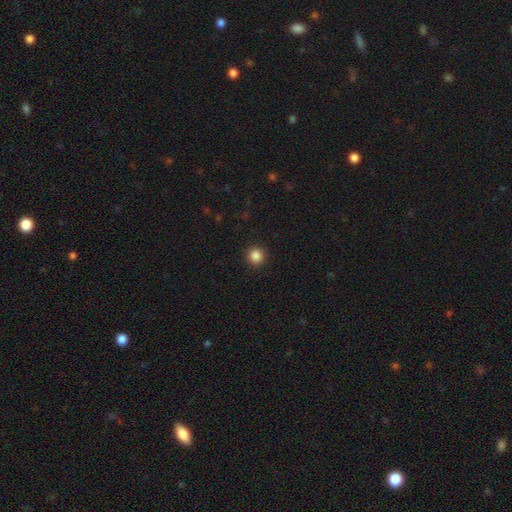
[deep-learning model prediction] Q: Smooth or featured?
A: smooth (86%); runner-up: star or artifact (11%)
Q: How rounded?
A: round (93%); runner-up: in between (6%)
Q: Merging?
A: none (93%); runner-up: minor disturbance (5%)